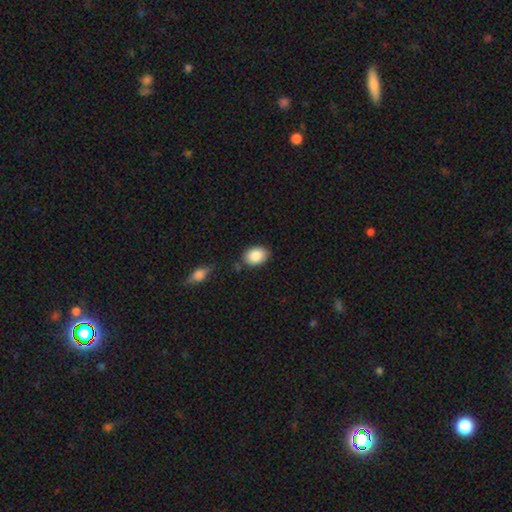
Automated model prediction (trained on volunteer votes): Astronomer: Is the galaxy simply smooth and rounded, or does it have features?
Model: smooth — 87%.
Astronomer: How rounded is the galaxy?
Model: in between — 76%.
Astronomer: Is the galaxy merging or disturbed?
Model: none — 80%.